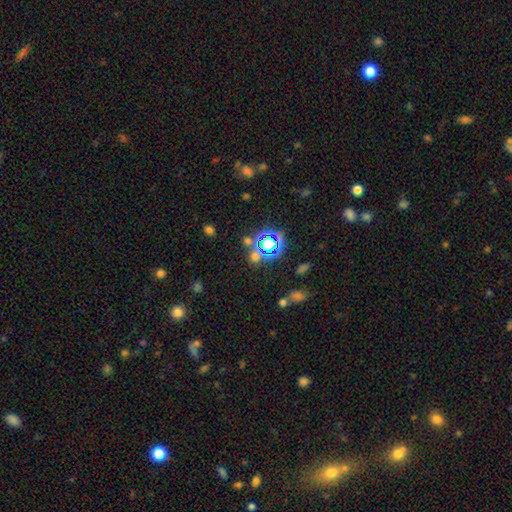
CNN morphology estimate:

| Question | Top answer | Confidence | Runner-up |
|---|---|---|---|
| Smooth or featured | star or artifact | 56% | smooth (35%) |